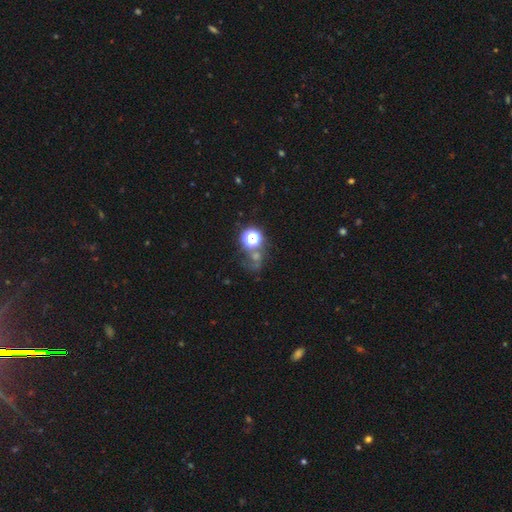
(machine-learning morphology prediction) This is possibly a star or artifact rather than a galaxy (56%).